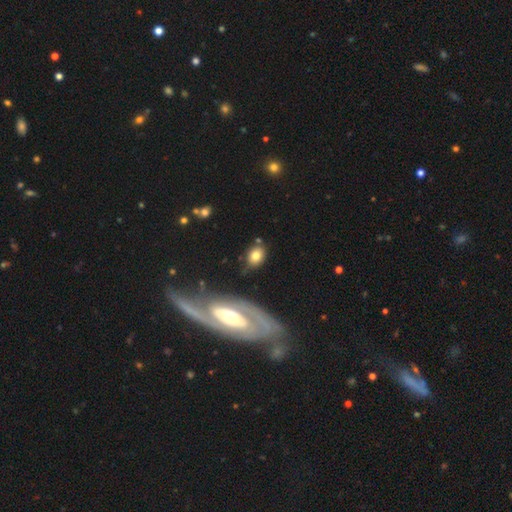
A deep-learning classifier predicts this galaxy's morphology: type=smooth (75%); roundness=in between (64%); merging=none (75%).